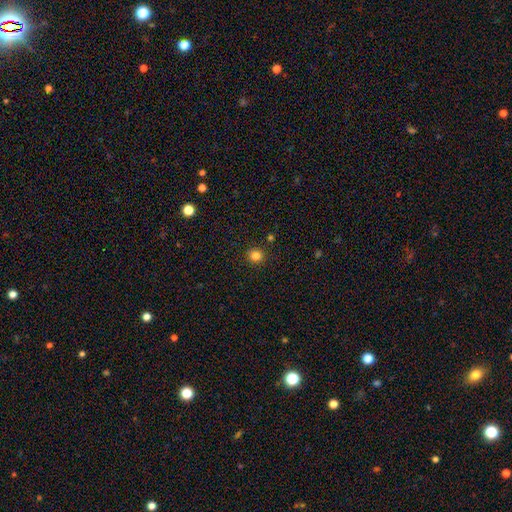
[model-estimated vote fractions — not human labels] This is clearly a smooth galaxy (83%). How rounded: clearly round (88%). Merging: clearly none (91%).